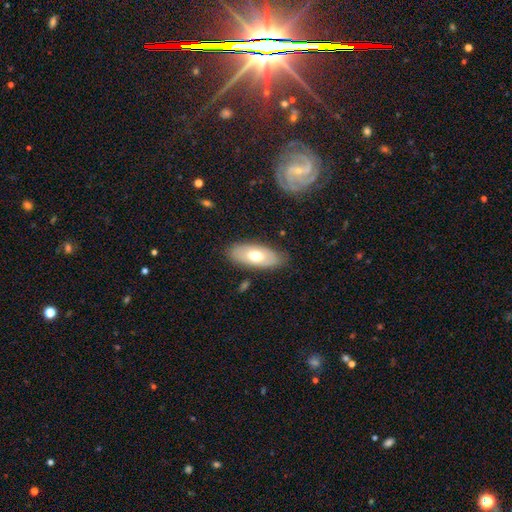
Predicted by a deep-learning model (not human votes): Smooth or featured: smooth — 56% (featured or disk — 38%)
How rounded: in between — 88% (cigar-shaped — 9%)
Merging: none — 82% (minor disturbance — 13%)